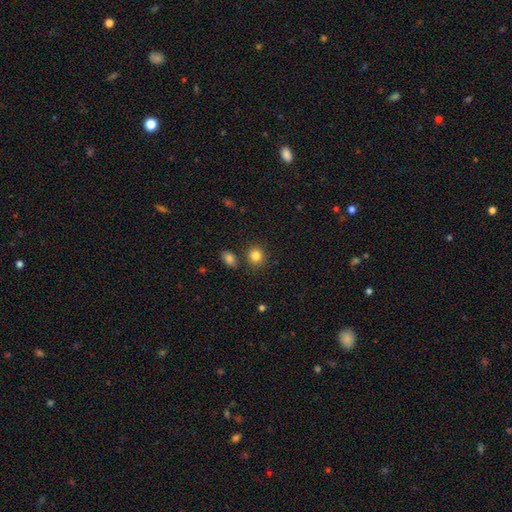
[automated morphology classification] smooth_or_featured: smooth (p=0.84) [alt: star or artifact p=0.10]
how_rounded: round (p=0.81) [alt: in between p=0.18]
merging: none (p=0.81) [alt: minor disturbance p=0.09]